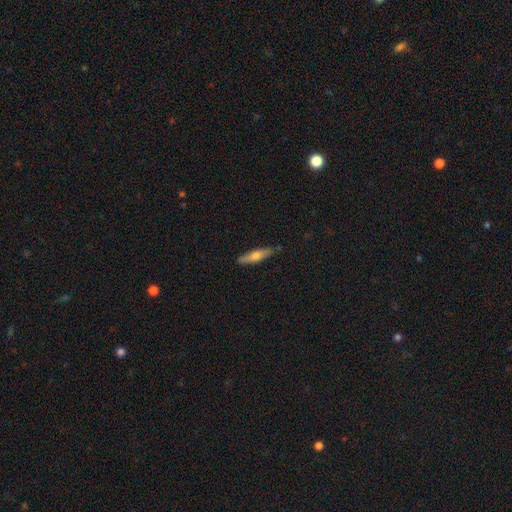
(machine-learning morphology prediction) A smooth galaxy with no disk features (56%) that is cigar-shaped (76%).

Vote fractions:
- Smooth or featured? smooth: 56% / featured or disk: 38% / star or artifact: 6%
- How rounded? cigar-shaped: 76% / in between: 22% / round: 2%
- Merging? none: 84% / minor disturbance: 12% / major disturbance: 2% / merger: 2%